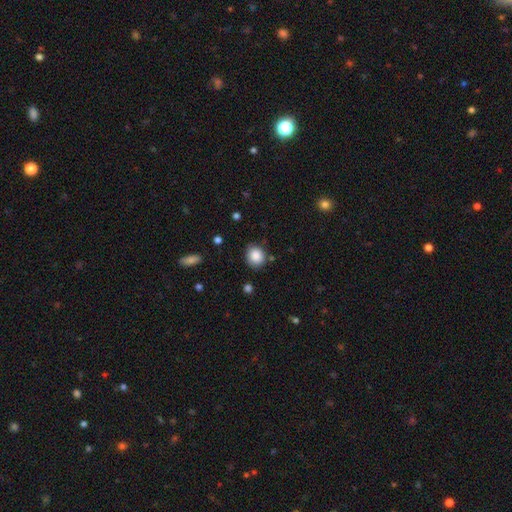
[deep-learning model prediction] Overall: smooth (86%). How rounded: round (74%). Merging: none (79%).